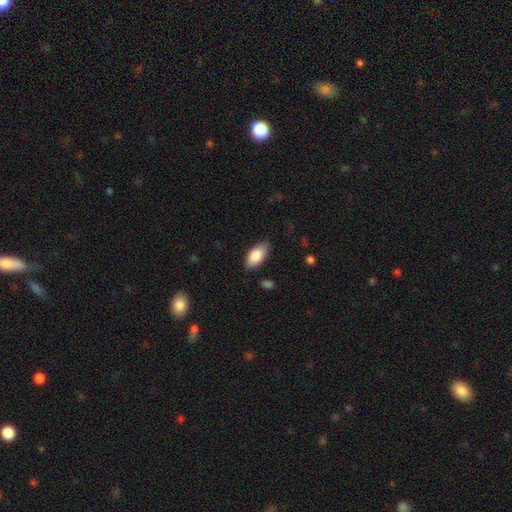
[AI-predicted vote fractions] Overall: smooth (85%). How rounded: in between (92%). Merging: none (81%).